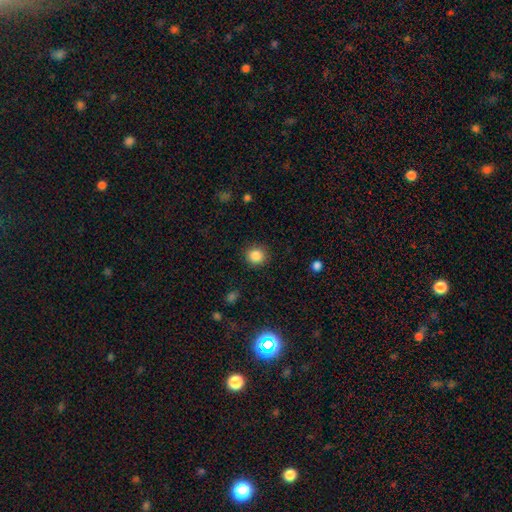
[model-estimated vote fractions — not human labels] Overall: smooth (86%). How rounded: round (89%). Merging: none (89%).